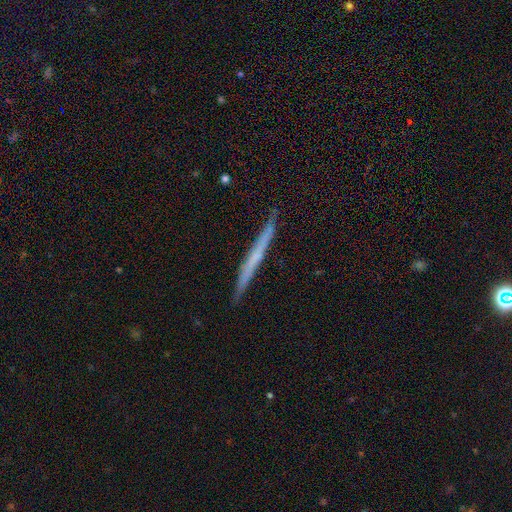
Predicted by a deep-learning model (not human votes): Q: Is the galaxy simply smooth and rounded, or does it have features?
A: featured or disk — 53%.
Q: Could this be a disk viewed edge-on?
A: yes — 97%.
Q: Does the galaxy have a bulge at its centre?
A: none — 83%.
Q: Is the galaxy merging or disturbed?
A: none — 89%.